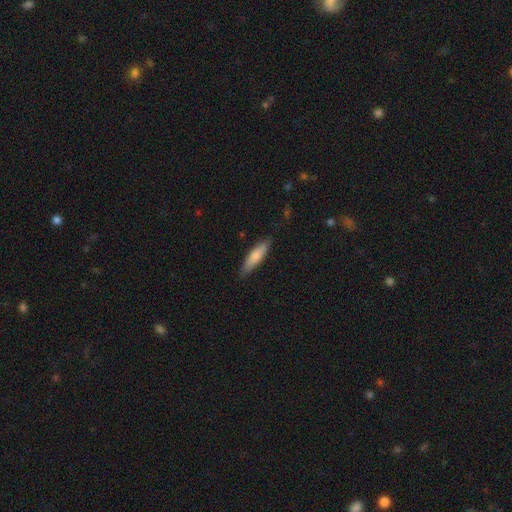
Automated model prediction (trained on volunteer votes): A smooth galaxy with no disk features (75%) that is cigar-shaped (72%). Merging: none (84%).